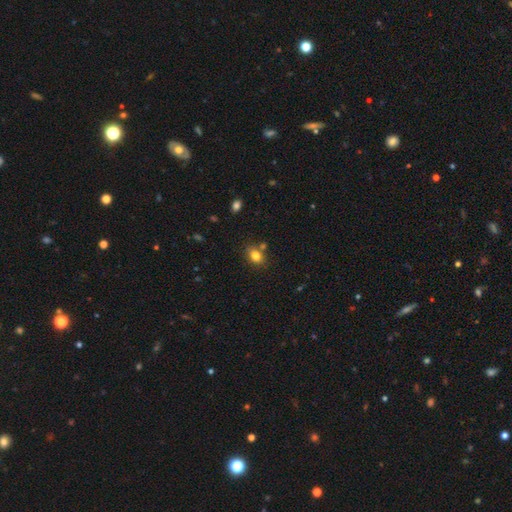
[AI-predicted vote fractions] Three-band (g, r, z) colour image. It shows a smooth galaxy with no disk features (80%) that is in between round and cigar-shaped (62%). Merging: none (72%).